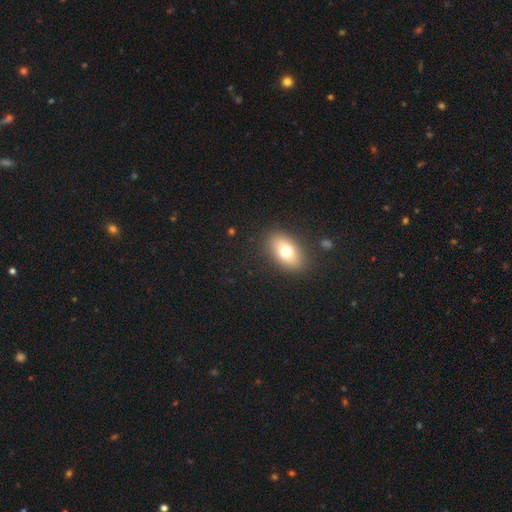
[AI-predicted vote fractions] The model was most divided on "smooth or featured": smooth: 66%, star or artifact: 21%, featured or disk: 12%. More confident: merging — none (87%); how rounded — in between (81%).